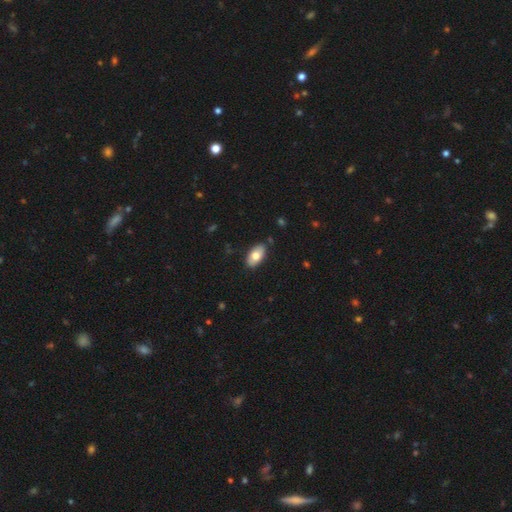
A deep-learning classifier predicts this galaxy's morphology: Overall: smooth (75%). How rounded: in between (93%). Merging: none (87%).